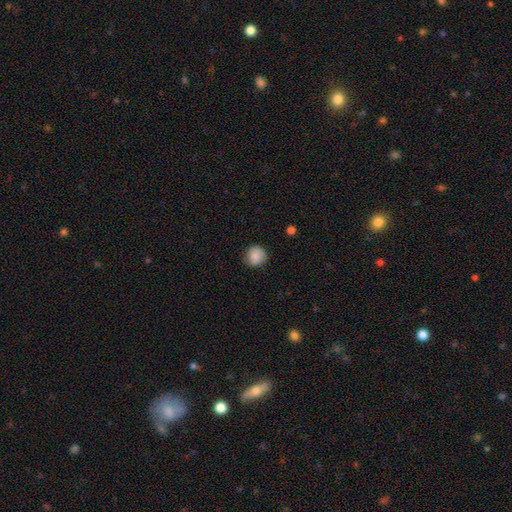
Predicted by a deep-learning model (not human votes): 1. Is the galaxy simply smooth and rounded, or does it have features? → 84% smooth, 8% star or artifact, 8% featured or disk.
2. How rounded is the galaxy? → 87% round, 12% in between, 1% cigar-shaped.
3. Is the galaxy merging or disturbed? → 78% none, 17% minor disturbance, 4% major disturbance, 1% merger.